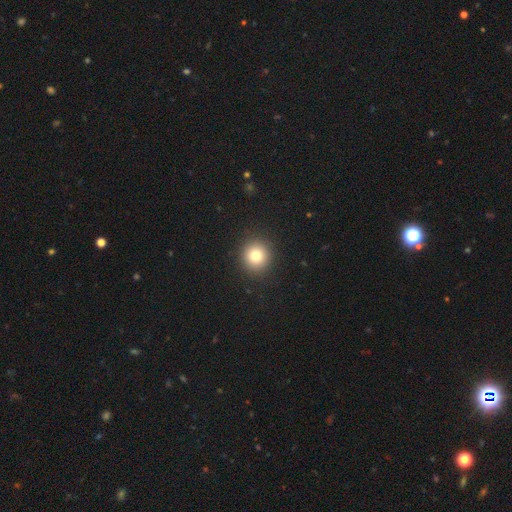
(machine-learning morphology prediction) Smooth or featured? smooth (79%)
How rounded? round (92%)
Merging? none (92%)